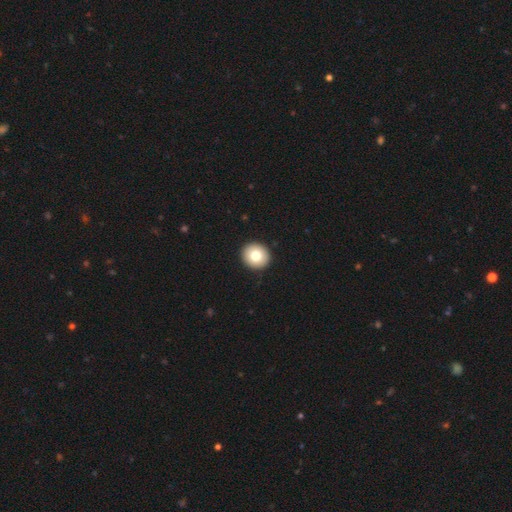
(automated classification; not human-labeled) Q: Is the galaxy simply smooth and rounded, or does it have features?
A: smooth — 80%.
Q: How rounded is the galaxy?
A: round — 89%.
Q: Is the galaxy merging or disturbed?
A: none — 93%.